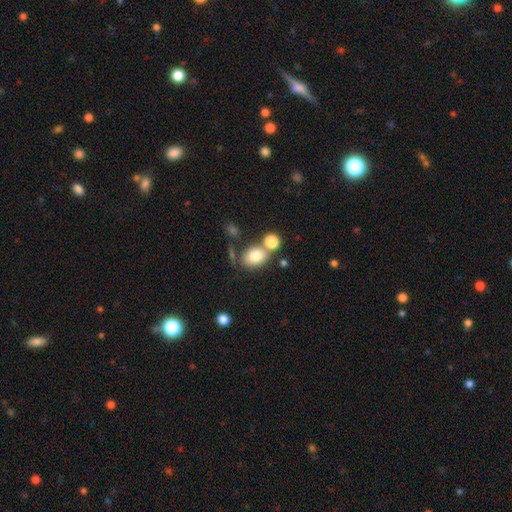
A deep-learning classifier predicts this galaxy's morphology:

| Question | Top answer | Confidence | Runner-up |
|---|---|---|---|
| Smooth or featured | smooth | 79% | featured or disk (11%) |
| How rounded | in between | 61% | round (38%) |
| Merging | none | 57% | merger (25%) |